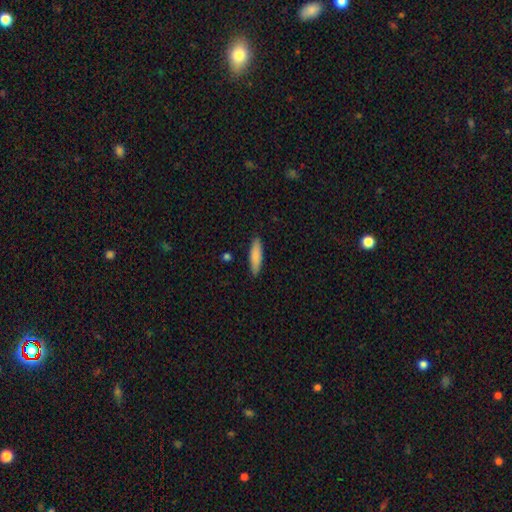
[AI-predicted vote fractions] Smooth or featured?
  - smooth: 84% *
  - featured or disk: 10%
  - star or artifact: 6%
How rounded?
  - cigar-shaped: 63% *
  - in between: 36%
  - round: 2%
Merging?
  - none: 88% *
  - minor disturbance: 9%
  - major disturbance: 2%
  - merger: 1%